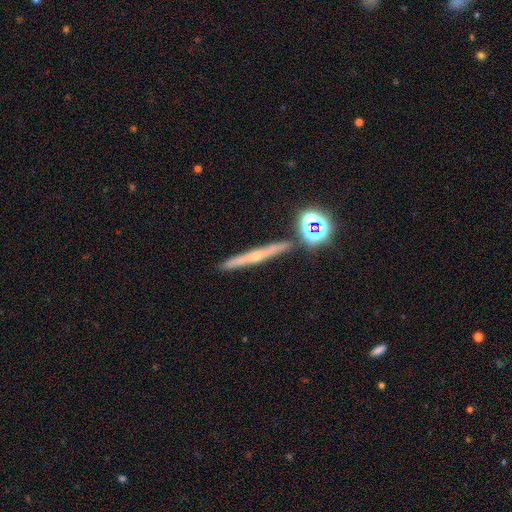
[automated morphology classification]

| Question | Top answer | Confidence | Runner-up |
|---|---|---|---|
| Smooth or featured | featured or disk | 57% | smooth (28%) |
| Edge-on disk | yes | 95% | no (5%) |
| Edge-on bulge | rounded | 68% | none (27%) |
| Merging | none | 87% | minor disturbance (7%) |